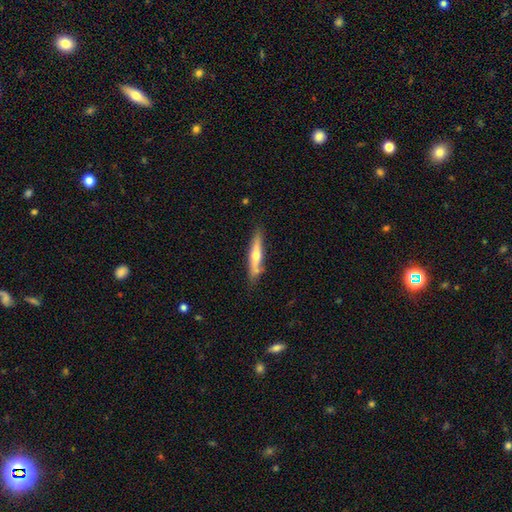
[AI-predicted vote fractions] Overall: featured or disk (52%; smooth 43%). Edge-on disk: yes (93%). Merging: none (77%).